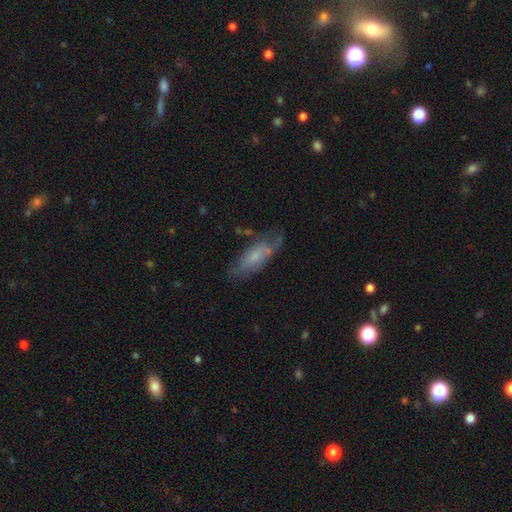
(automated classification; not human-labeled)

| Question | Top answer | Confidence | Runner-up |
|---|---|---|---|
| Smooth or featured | smooth | 54% | featured or disk (39%) |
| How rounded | in between | 68% | cigar-shaped (30%) |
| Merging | none | 56% | minor disturbance (27%) |